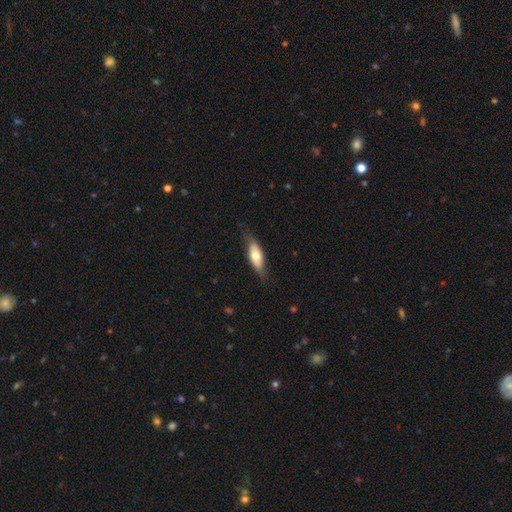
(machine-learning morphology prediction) Smooth or featured? smooth (59%)
How rounded? in between (70%)
Merging? none (69%)